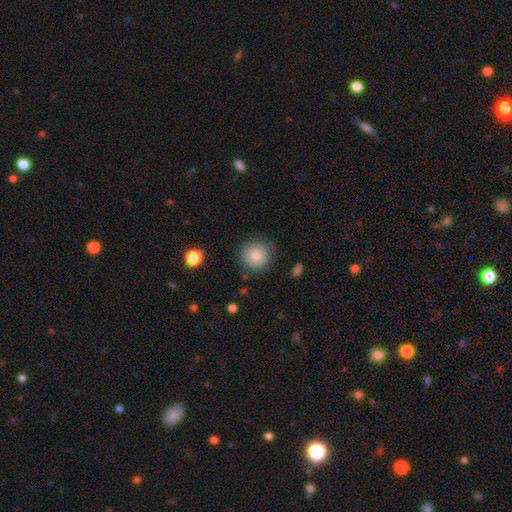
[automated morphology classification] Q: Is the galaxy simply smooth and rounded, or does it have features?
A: smooth — 82%.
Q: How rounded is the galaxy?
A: round — 94%.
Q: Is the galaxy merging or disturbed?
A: none — 81%.